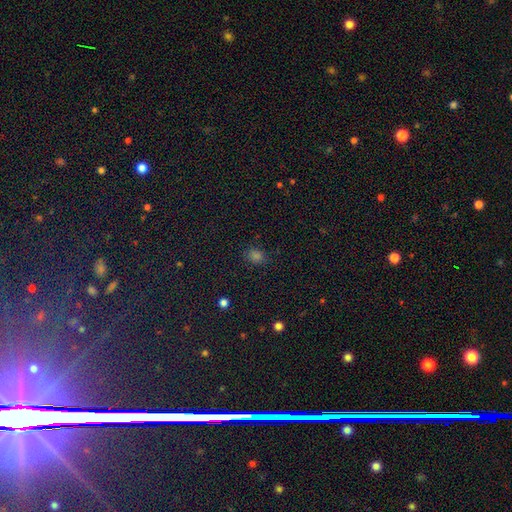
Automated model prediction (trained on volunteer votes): smooth_or_featured: smooth (p=0.73) [alt: star or artifact p=0.23]
how_rounded: in between (p=0.50) [alt: round p=0.49]
merging: none (p=0.84) [alt: minor disturbance p=0.12]